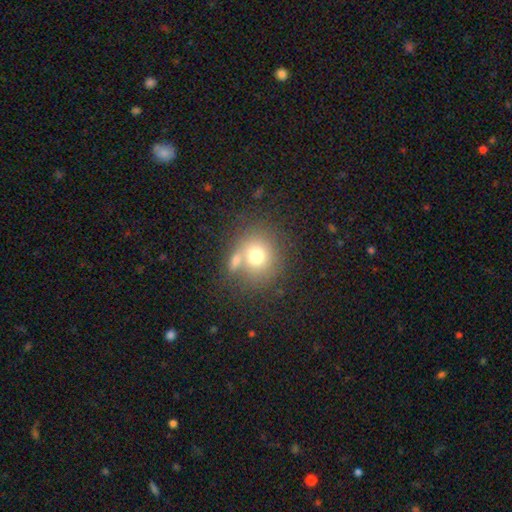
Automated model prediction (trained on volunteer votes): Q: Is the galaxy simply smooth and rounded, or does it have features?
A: smooth — 71%.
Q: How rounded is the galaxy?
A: round — 82%.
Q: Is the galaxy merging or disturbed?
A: none — 56%.